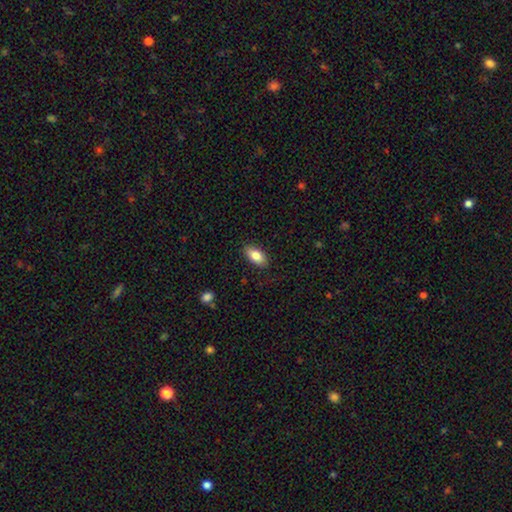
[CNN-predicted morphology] Q: Smooth or featured?
A: smooth (83%); runner-up: featured or disk (10%)
Q: How rounded?
A: in between (90%); runner-up: cigar-shaped (6%)
Q: Merging?
A: none (87%); runner-up: minor disturbance (10%)